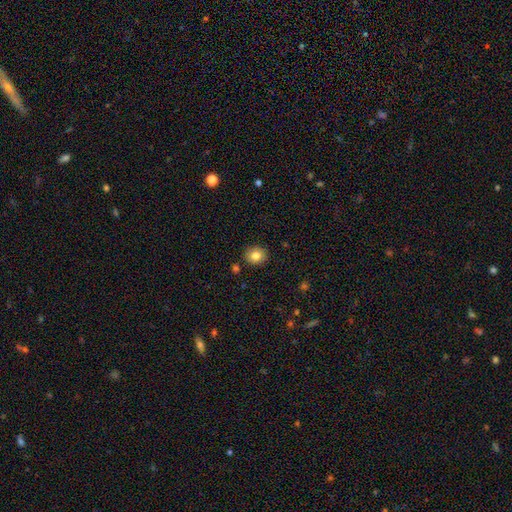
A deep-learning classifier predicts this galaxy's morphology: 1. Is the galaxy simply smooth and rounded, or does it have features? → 81% smooth, 10% star or artifact, 9% featured or disk.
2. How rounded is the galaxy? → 76% round, 23% in between, 1% cigar-shaped.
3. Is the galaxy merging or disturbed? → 88% none, 8% minor disturbance, 2% merger, 2% major disturbance.